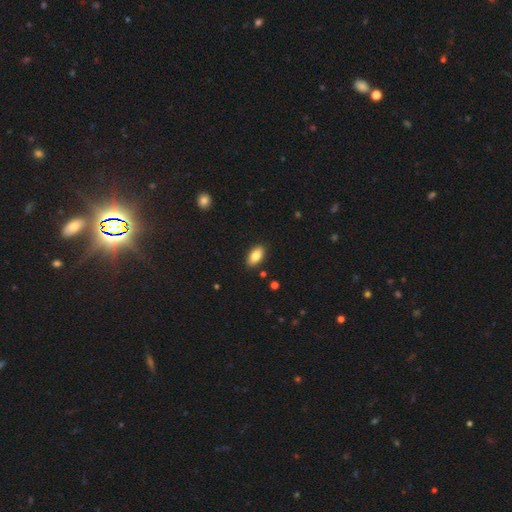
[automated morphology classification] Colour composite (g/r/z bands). It shows a smooth galaxy with no disk features (84%) that is in between round and cigar-shaped (92%). Merging: none (88%).